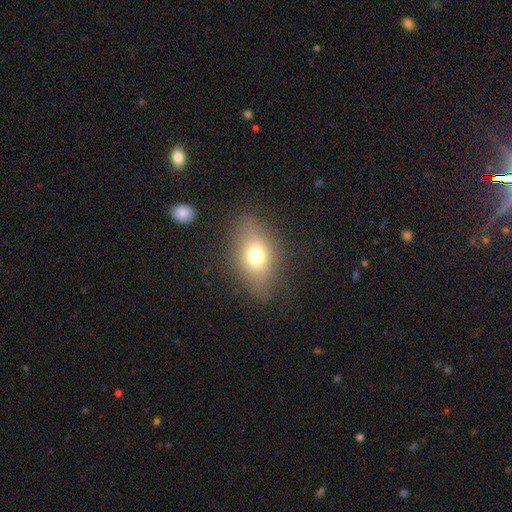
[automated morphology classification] Smooth or featured: smooth — 71% (featured or disk — 17%)
How rounded: in between — 74% (round — 23%)
Merging: none — 72% (minor disturbance — 17%)